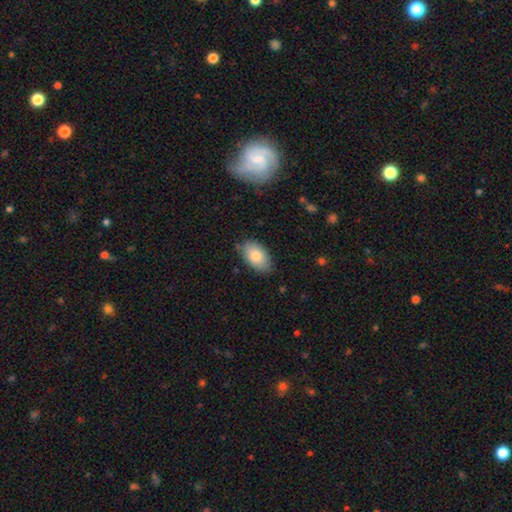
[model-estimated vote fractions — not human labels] smooth_or_featured: smooth (p=0.82) [alt: featured or disk p=0.11]
how_rounded: in between (p=0.93) [alt: round p=0.05]
merging: none (p=0.79) [alt: minor disturbance p=0.17]